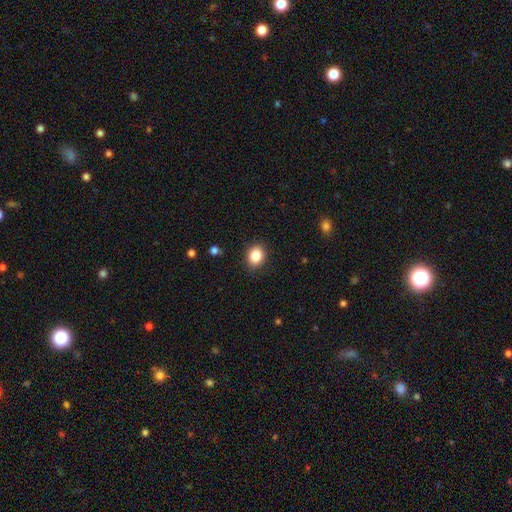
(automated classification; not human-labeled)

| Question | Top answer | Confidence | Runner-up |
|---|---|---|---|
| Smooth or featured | smooth | 86% | star or artifact (9%) |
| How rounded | round | 57% | in between (42%) |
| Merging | none | 89% | minor disturbance (8%) |